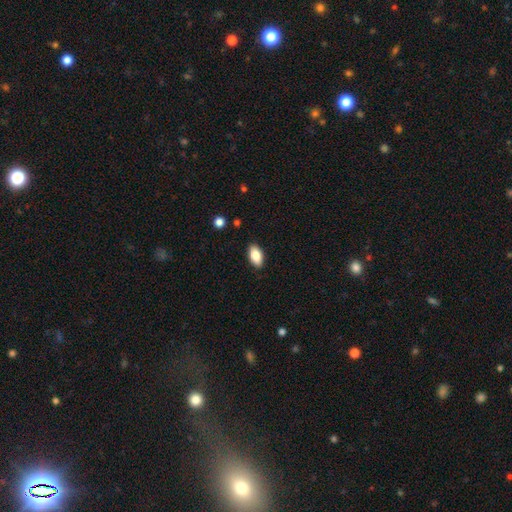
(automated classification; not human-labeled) A smooth galaxy with no disk features (85%) that is in between round and cigar-shaped (93%). Merging: none (88%).